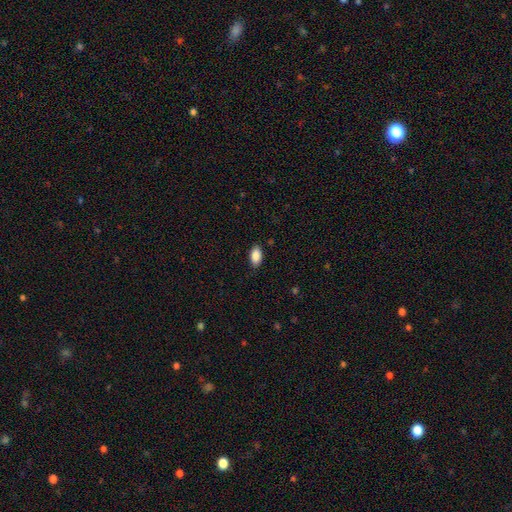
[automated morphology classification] smooth 89%, star or artifact 7%, featured or disk 4%. Down the decision tree: how rounded — in between (93%); merging — none (86%).